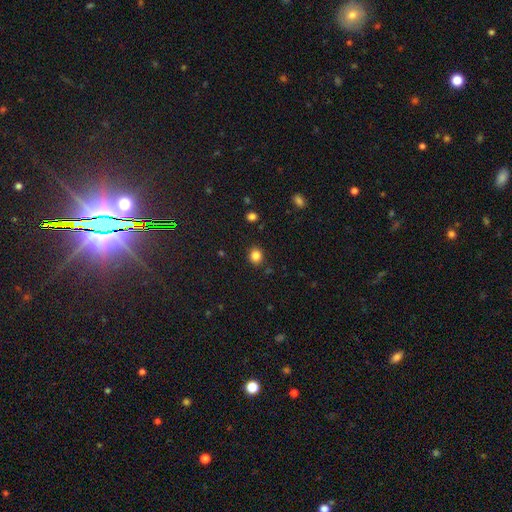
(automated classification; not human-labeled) Smooth or featured? Predicted: smooth (p=0.84). How rounded? Predicted: round (p=0.72). Merging? Predicted: none (p=0.88).